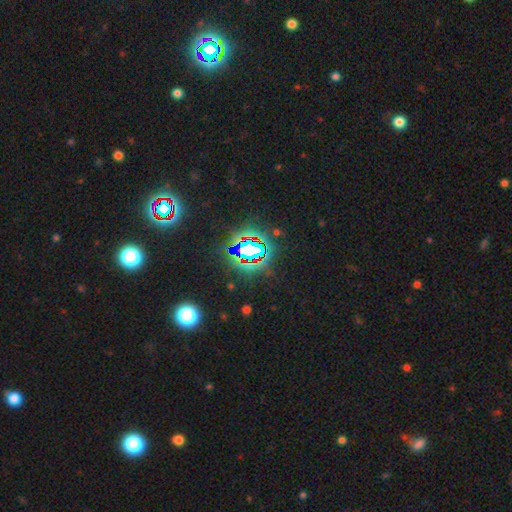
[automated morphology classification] type=star or artifact (80%).